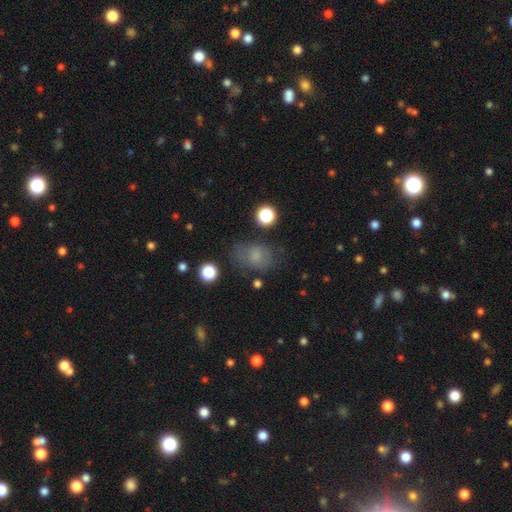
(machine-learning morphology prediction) smooth 67%, featured or disk 17%, star or artifact 16%. Down the decision tree: how rounded — in between (76%); merging — none (64%).